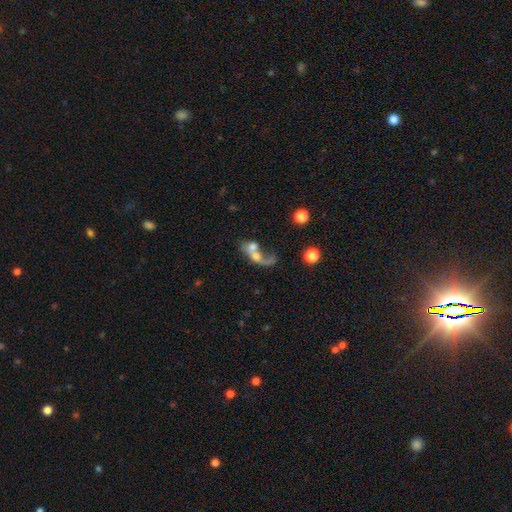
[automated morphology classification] smooth-or-featured: featured or disk: 45% | smooth: 44% | star or artifact: 12%
  merging: merger: 65% | major disturbance: 16% | none: 13% | minor disturbance: 6%